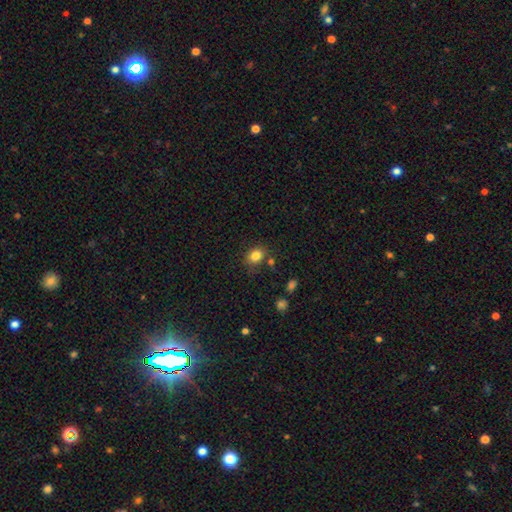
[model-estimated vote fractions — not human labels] This appears to be a smooth galaxy with no disk features (83%) that is in between round and cigar-shaped (56%). Merging: none (74%).